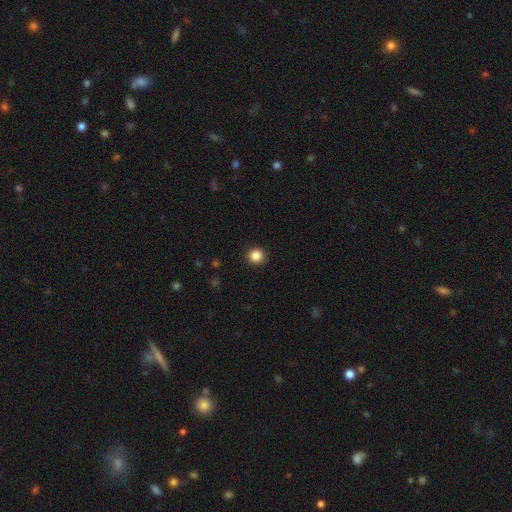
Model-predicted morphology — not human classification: smooth_or_featured: smooth (p=0.86) [alt: star or artifact p=0.11]
how_rounded: round (p=0.94) [alt: in between p=0.05]
merging: none (p=0.93) [alt: minor disturbance p=0.05]